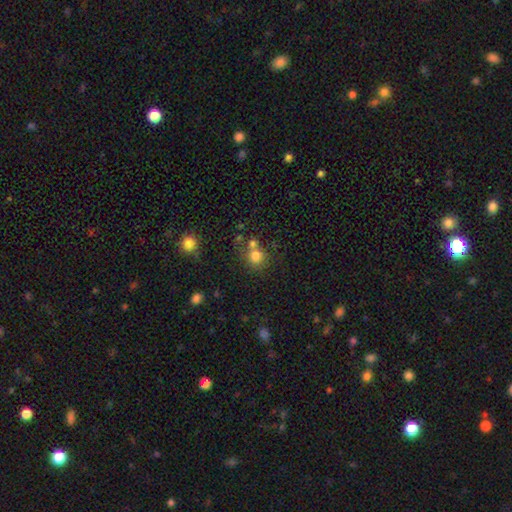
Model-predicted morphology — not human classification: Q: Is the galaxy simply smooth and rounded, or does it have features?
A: smooth — 77%.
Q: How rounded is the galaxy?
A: round — 83%.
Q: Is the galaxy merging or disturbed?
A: none — 54%.